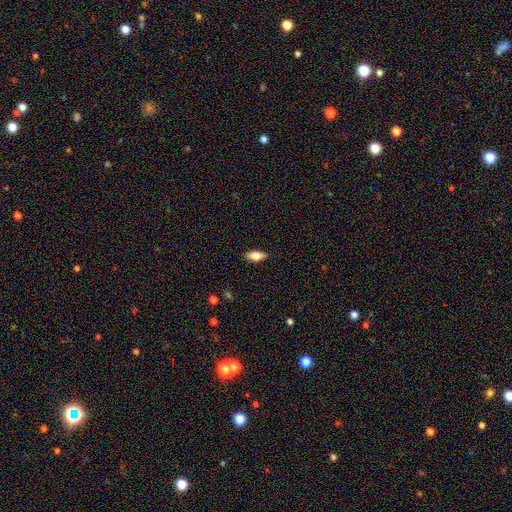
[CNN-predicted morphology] Smooth or featured?
  - smooth: 76% *
  - featured or disk: 17%
  - star or artifact: 7%
How rounded?
  - in between: 83% *
  - cigar-shaped: 14%
  - round: 3%
Merging?
  - none: 86% *
  - minor disturbance: 10%
  - major disturbance: 2%
  - merger: 1%